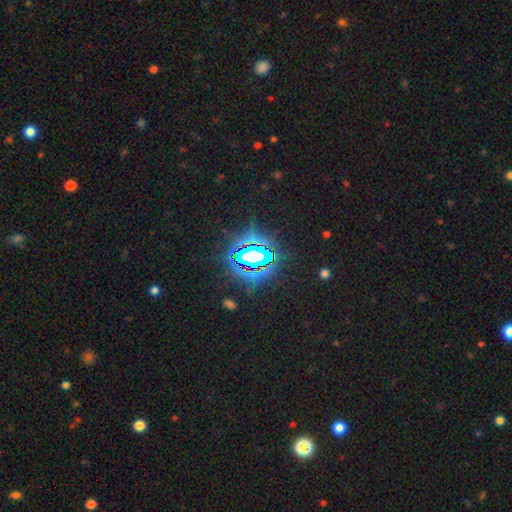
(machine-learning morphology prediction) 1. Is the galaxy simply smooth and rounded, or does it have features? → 75% star or artifact, 13% smooth, 12% featured or disk.